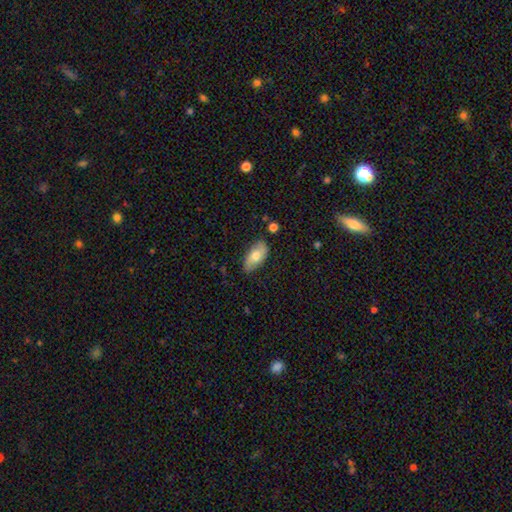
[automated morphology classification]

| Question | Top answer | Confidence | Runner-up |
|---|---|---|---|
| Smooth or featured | smooth | 69% | featured or disk (25%) |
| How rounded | in between | 91% | cigar-shaped (6%) |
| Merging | none | 80% | minor disturbance (16%) |